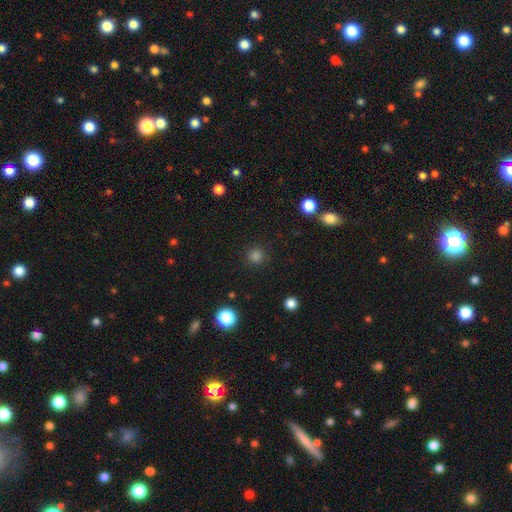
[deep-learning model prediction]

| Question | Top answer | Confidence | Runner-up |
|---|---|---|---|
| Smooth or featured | smooth | 81% | star or artifact (16%) |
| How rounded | round | 93% | in between (6%) |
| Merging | none | 89% | minor disturbance (7%) |